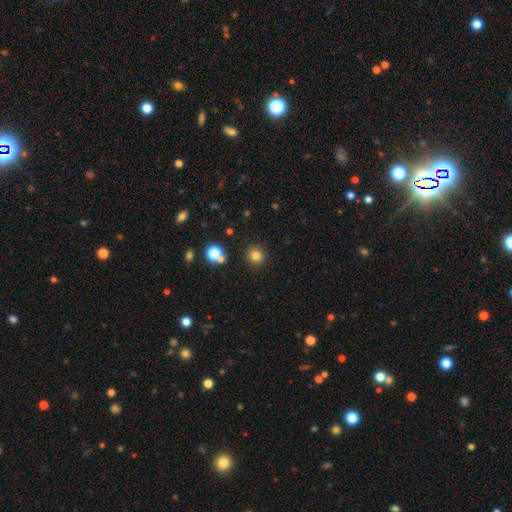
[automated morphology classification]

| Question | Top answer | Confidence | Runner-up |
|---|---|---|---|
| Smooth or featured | smooth | 80% | star or artifact (15%) |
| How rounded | round | 94% | in between (5%) |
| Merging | none | 89% | minor disturbance (6%) |